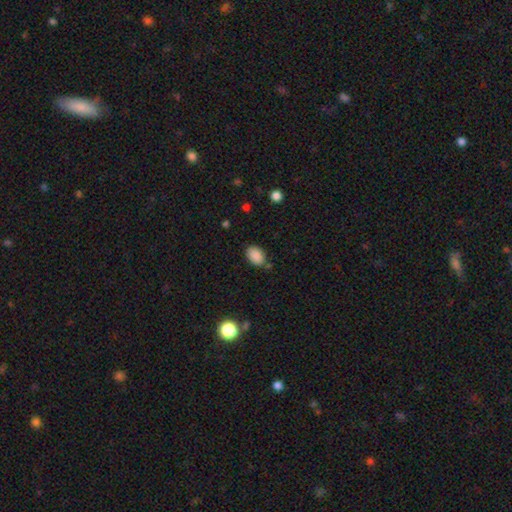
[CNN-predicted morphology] Smooth or featured? smooth (88%)
How rounded? in between (84%)
Merging? none (75%)